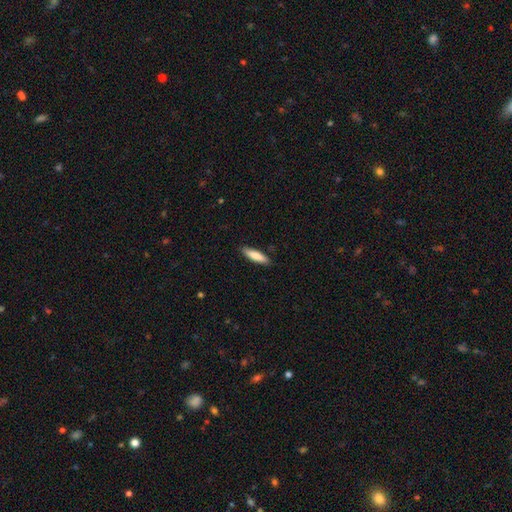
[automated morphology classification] Q: Smooth or featured?
A: smooth (83%); runner-up: featured or disk (12%)
Q: How rounded?
A: cigar-shaped (72%); runner-up: in between (27%)
Q: Merging?
A: none (88%); runner-up: minor disturbance (9%)